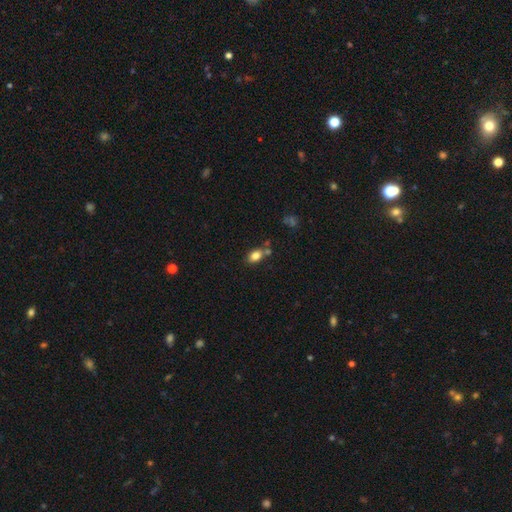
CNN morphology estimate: The model was most divided on "merging": none: 64%, merger: 18%, minor disturbance: 14%, major disturbance: 4%. More confident: smooth or featured — smooth (82%); how rounded — in between (80%).